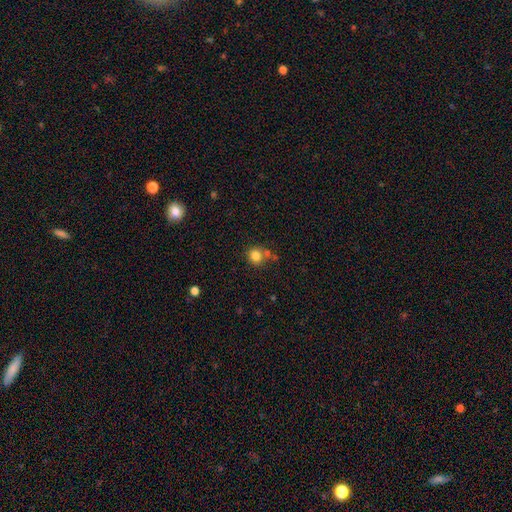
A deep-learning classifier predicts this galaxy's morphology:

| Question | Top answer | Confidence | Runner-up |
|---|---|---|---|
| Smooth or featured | smooth | 82% | star or artifact (12%) |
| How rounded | round | 84% | in between (15%) |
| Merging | none | 64% | merger (19%) |